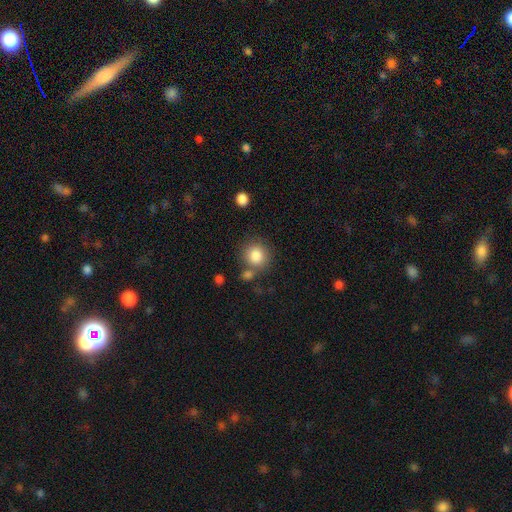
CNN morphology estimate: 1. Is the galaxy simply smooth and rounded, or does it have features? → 84% smooth, 9% star or artifact, 6% featured or disk.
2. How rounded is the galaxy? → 89% round, 10% in between, 1% cigar-shaped.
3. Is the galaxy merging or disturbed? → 71% none, 14% merger, 11% minor disturbance, 4% major disturbance.